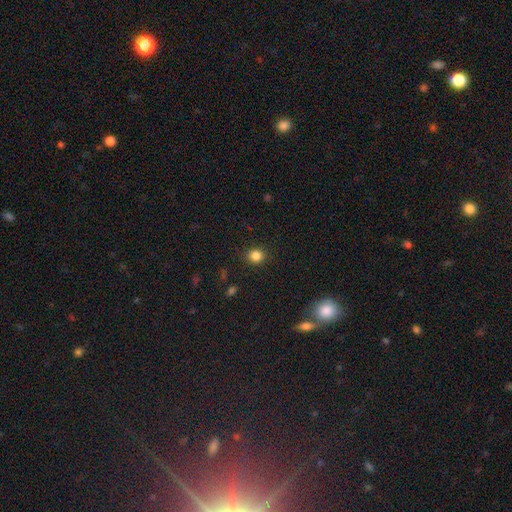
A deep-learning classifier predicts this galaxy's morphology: smooth-or-featured: smooth: 84% | star or artifact: 12% | featured or disk: 4%
  how-rounded: round: 77% | in between: 22% | cigar-shaped: 1%
  merging: none: 89% | minor disturbance: 7% | major disturbance: 2% | merger: 1%